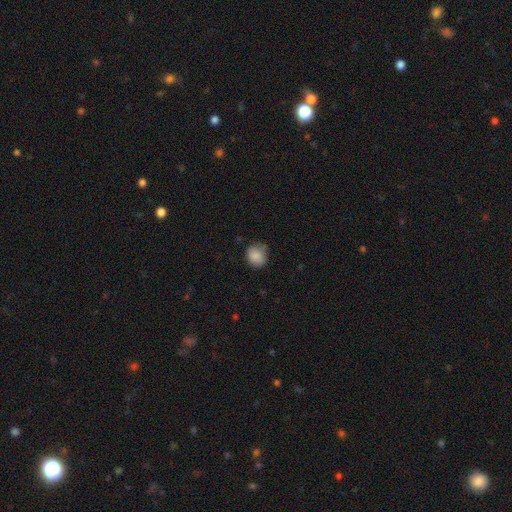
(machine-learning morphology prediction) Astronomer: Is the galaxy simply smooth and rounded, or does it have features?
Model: smooth — 86%.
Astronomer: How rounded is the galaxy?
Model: round — 75%.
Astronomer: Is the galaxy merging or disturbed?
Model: none — 70%.